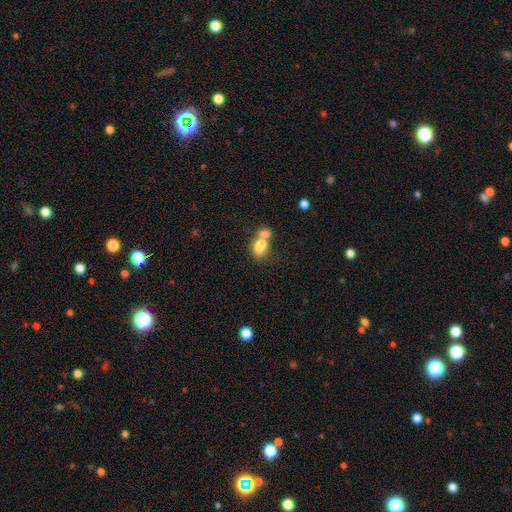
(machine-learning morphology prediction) The model was most divided on "merging": merger: 60%, none: 26%, minor disturbance: 9%, major disturbance: 6%. More confident: smooth or featured — smooth (67%); how rounded — in between (66%).